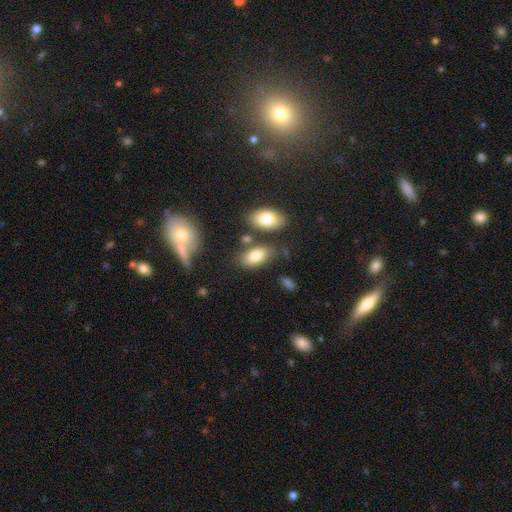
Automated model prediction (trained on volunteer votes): A smooth galaxy with no disk features (78%) that is in between round and cigar-shaped (92%). Merging: none (67%).